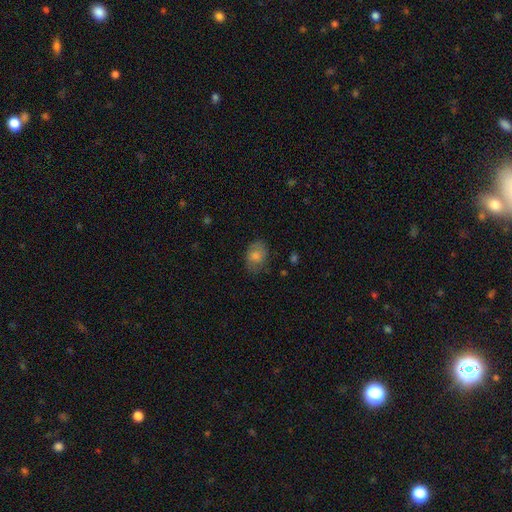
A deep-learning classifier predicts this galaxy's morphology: A smooth galaxy with no disk features (70%) that is in between round and cigar-shaped (74%). Merging: none (75%).